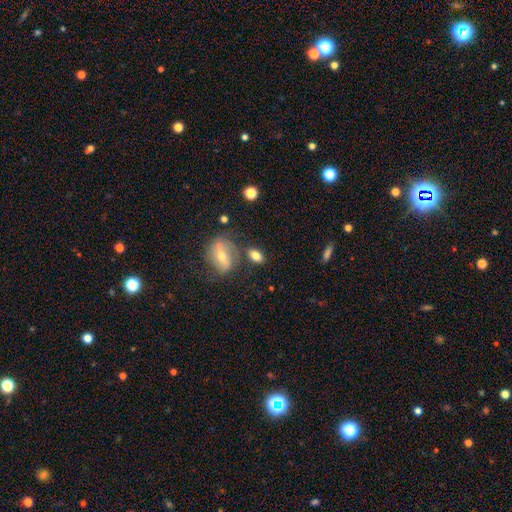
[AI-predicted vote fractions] A smooth galaxy with no disk features (78%) that is in between round and cigar-shaped (86%). Merging: none (68%).